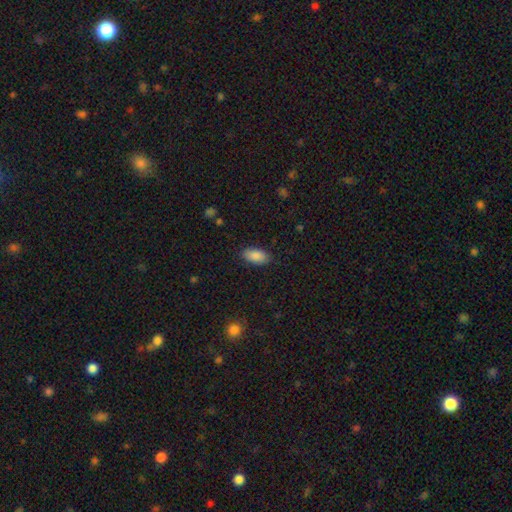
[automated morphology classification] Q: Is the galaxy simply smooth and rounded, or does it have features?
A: smooth — 88%.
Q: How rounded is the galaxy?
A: in between — 93%.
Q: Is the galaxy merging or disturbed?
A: none — 86%.